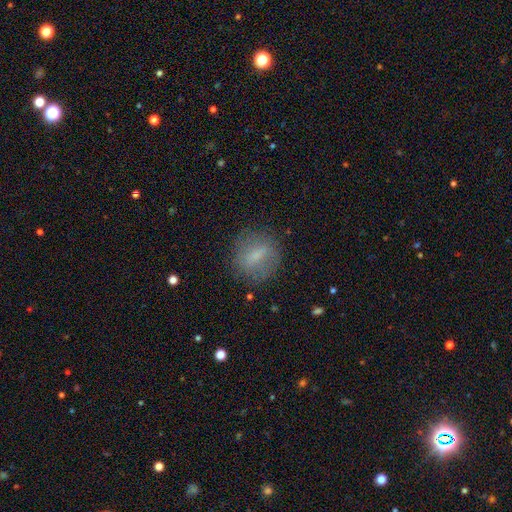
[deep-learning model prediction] smooth-or-featured: smooth: 61% | featured or disk: 30% | star or artifact: 10%
  how-rounded: round: 63% | in between: 31% | cigar-shaped: 5%
  merging: none: 79% | minor disturbance: 14% | major disturbance: 6% | merger: 1%